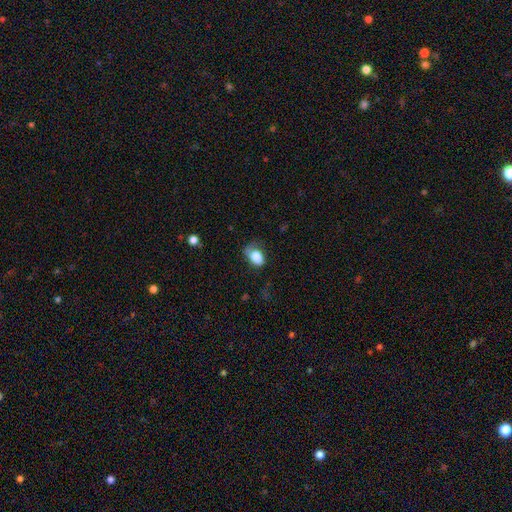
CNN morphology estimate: smooth-or-featured: smooth: 81% | featured or disk: 11% | star or artifact: 8%
  how-rounded: in between: 81% | round: 18% | cigar-shaped: 1%
  merging: none: 42% | minor disturbance: 33% | major disturbance: 21% | merger: 3%